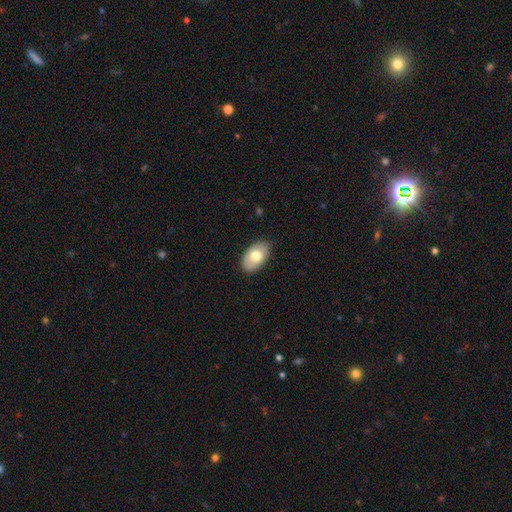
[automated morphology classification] The model was most divided on "smooth or featured": smooth: 72%, featured or disk: 22%, star or artifact: 6%. More confident: how rounded — in between (92%); merging — none (81%).